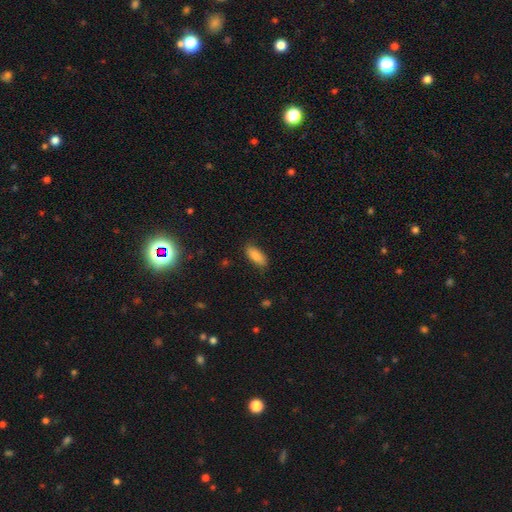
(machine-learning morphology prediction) This is clearly a smooth galaxy (88%). How rounded: clearly in between (82%). Merging: clearly none (84%).